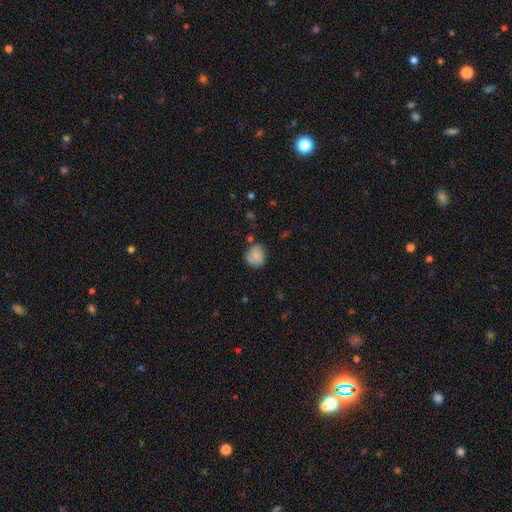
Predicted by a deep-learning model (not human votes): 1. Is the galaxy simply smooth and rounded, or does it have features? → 79% smooth, 13% featured or disk, 9% star or artifact.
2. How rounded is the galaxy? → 77% round, 22% in between, 1% cigar-shaped.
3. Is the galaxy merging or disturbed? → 65% none, 25% minor disturbance, 5% major disturbance, 5% merger.